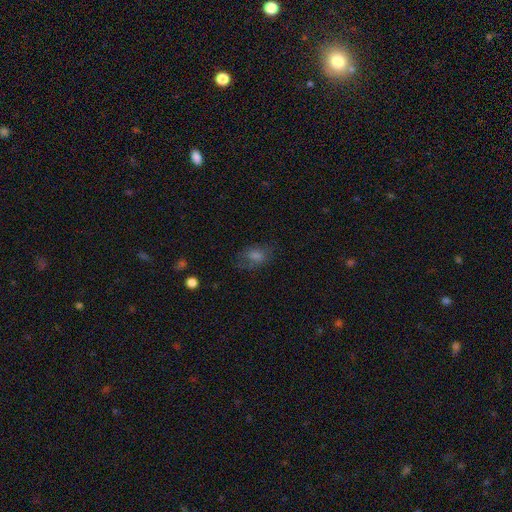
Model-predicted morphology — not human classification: Smooth or featured: smooth — 57% (featured or disk — 22%)
How rounded: in between — 77% (round — 21%)
Merging: none — 65% (minor disturbance — 20%)